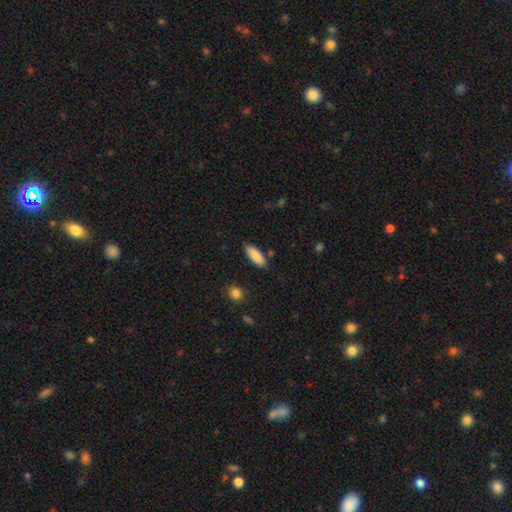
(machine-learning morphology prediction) Smooth or featured? smooth (88%)
How rounded? in between (72%)
Merging? none (83%)